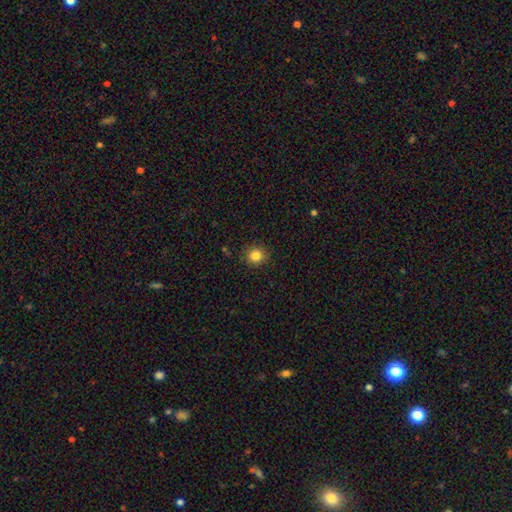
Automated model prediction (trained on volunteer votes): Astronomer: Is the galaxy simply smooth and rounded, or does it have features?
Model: smooth — 83%.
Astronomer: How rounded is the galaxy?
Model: round — 86%.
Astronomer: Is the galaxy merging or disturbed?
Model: none — 90%.